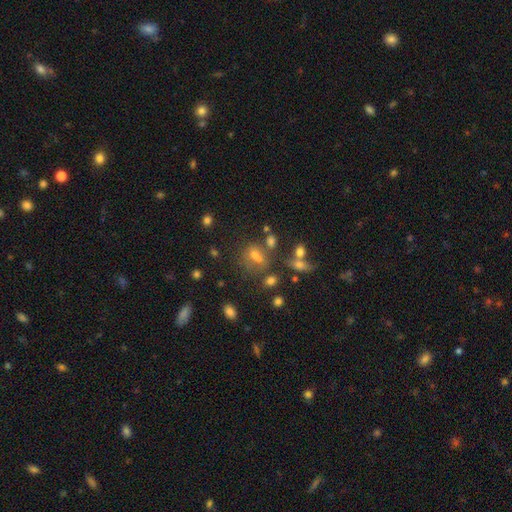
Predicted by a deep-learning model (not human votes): smooth-or-featured: smooth: 51% | star or artifact: 31% | featured or disk: 18%
  how-rounded: round: 53% | in between: 44% | cigar-shaped: 3%
  merging: none: 51% | merger: 24% | minor disturbance: 15% | major disturbance: 9%